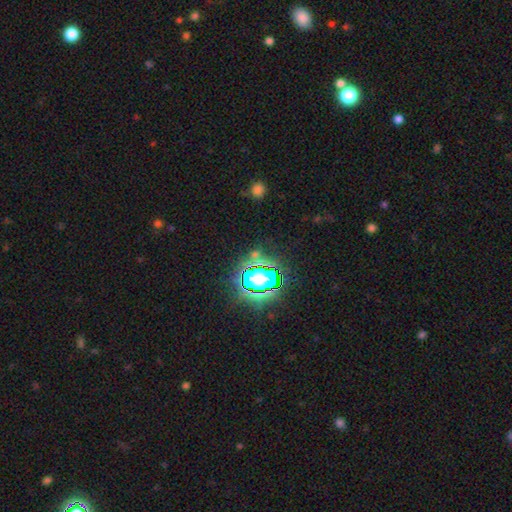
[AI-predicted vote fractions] Smooth or featured: star or artifact — 69% (smooth — 20%)